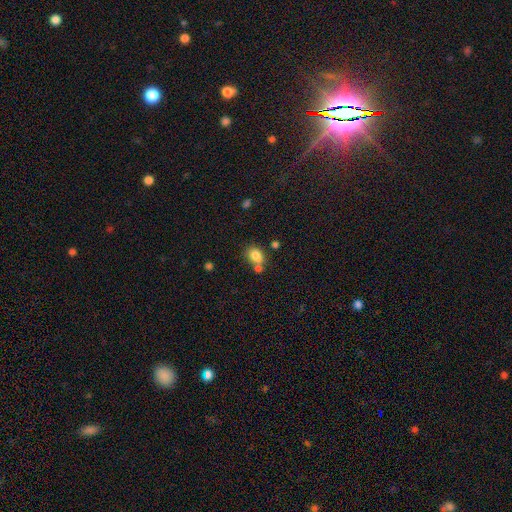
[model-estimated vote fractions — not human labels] Smooth or featured?
  - smooth: 80% *
  - star or artifact: 11%
  - featured or disk: 9%
How rounded?
  - in between: 60% *
  - round: 39%
  - cigar-shaped: 1%
Merging?
  - none: 47% *
  - merger: 35%
  - minor disturbance: 13%
  - major disturbance: 5%